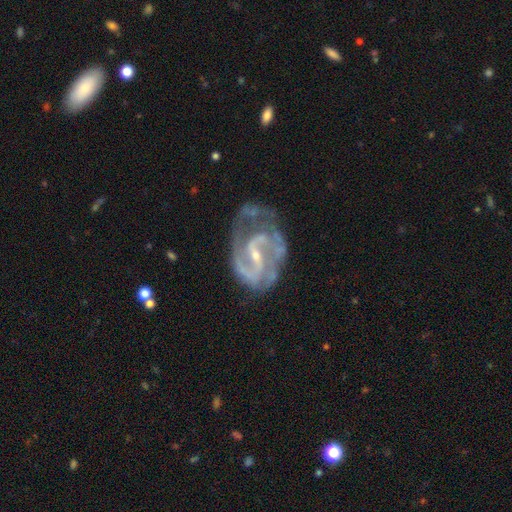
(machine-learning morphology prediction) This appears to be a featured or disk galaxy (90%) with a weak bar (48%), 2 (75%) medium (53%) spiral arms (96%) and a small central bulge (74%). Merging: none (46%).